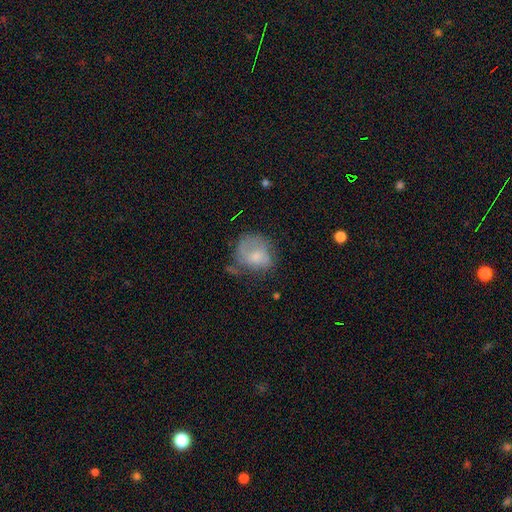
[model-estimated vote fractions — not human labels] Smooth or featured? smooth (58%)
How rounded? round (58%)
Merging? none (37%)